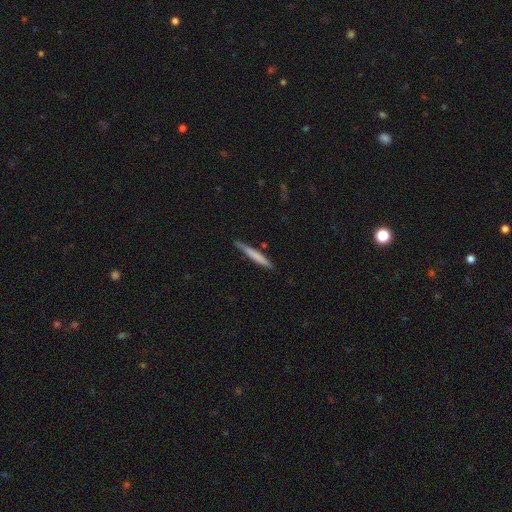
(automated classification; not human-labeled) smooth-or-featured: smooth: 70% | featured or disk: 25% | star or artifact: 5%
  how-rounded: cigar-shaped: 96% | in between: 3% | round: 1%
  merging: none: 83% | minor disturbance: 12% | merger: 2% | major disturbance: 2%